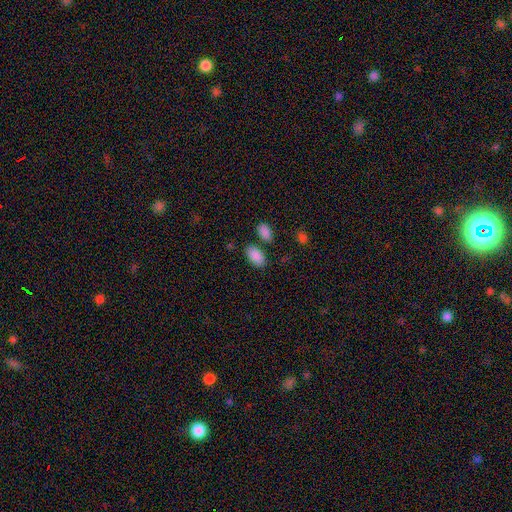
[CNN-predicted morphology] Q: Smooth or featured?
A: smooth (89%); runner-up: star or artifact (7%)
Q: How rounded?
A: in between (94%); runner-up: round (5%)
Q: Merging?
A: none (78%); runner-up: minor disturbance (11%)